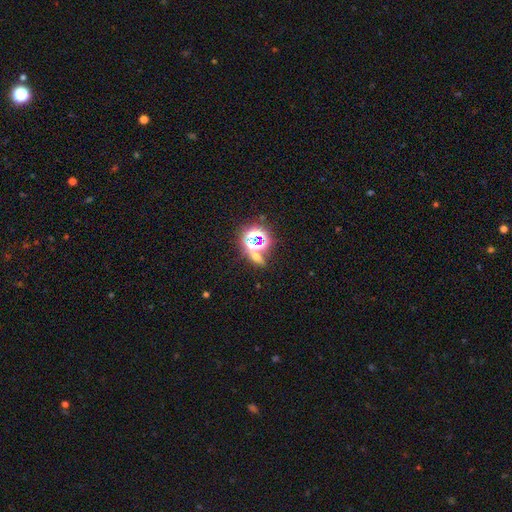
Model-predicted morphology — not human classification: A star or artifact, not a galaxy (56%).

Vote fractions:
- Smooth or featured? star or artifact: 56% / smooth: 32% / featured or disk: 12%